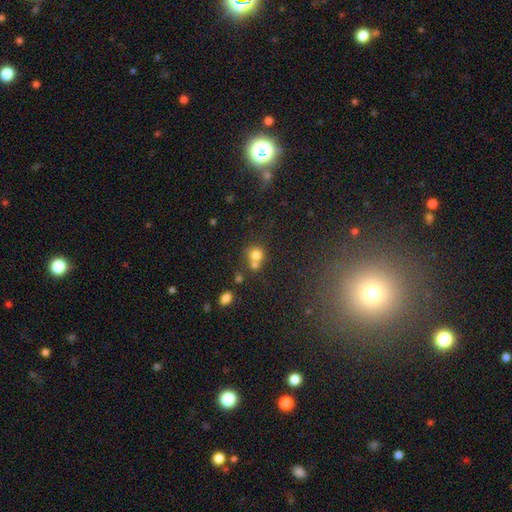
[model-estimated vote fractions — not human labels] This appears to be a smooth galaxy with no disk features (75%) that is round (84%). Merging: merger (47%).